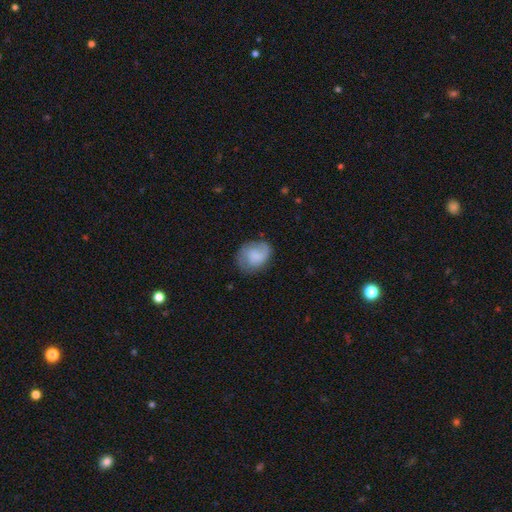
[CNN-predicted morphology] This is likely a smooth galaxy (62%). How rounded: possibly in between (53%). Merging: likely none (62%).